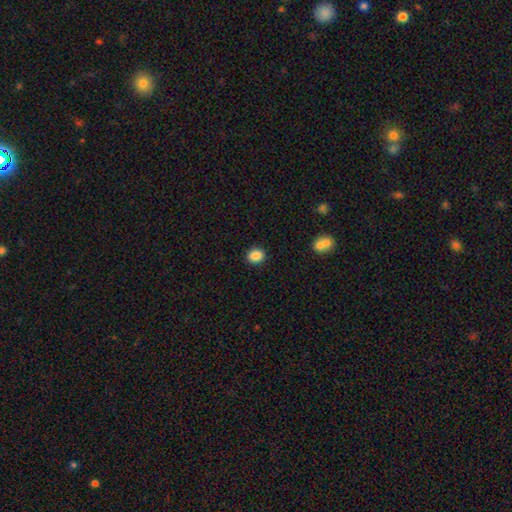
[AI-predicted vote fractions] This is clearly a smooth galaxy (88%). How rounded: possibly round (53%). Merging: clearly none (89%).